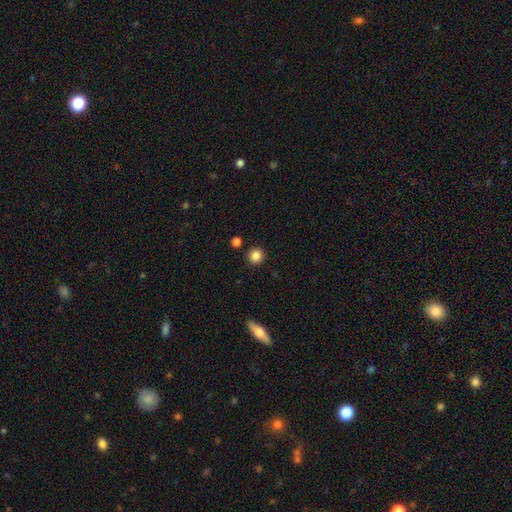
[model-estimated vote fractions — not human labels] smooth-or-featured: smooth: 86% | star or artifact: 11% | featured or disk: 4%
  how-rounded: round: 94% | in between: 5% | cigar-shaped: 1%
  merging: none: 90% | minor disturbance: 5% | merger: 3% | major disturbance: 2%